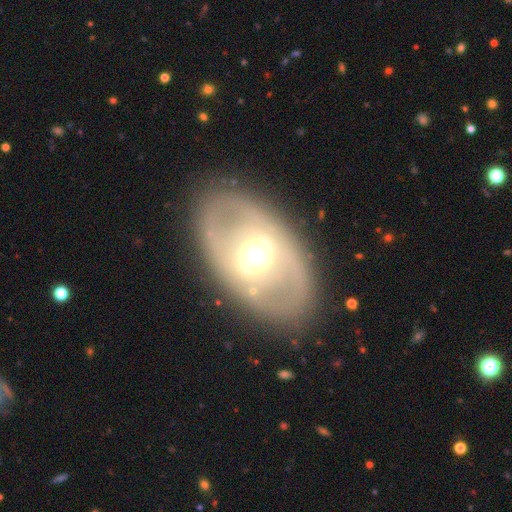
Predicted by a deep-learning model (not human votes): Smooth or featured? Predicted: featured or disk (p=0.64). Edge-on disk? Predicted: no (p=0.87). Bar? Predicted: no (p=0.49). Spiral arms? Predicted: no (p=0.79). Bulge size? Predicted: moderate (p=0.54). Merging? Predicted: none (p=0.79).